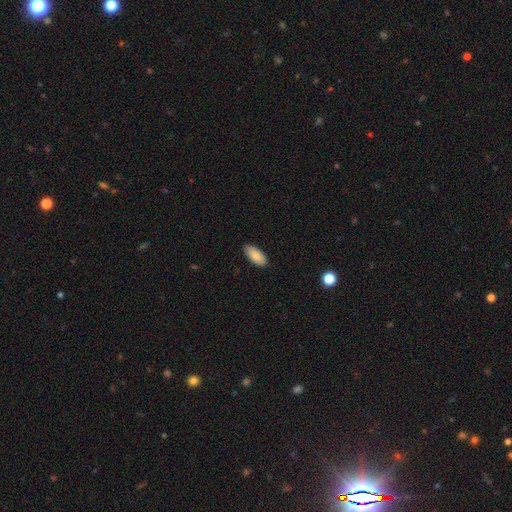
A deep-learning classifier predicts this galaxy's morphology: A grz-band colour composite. It shows a smooth galaxy with no disk features (88%) that is in between round and cigar-shaped (89%). Merging: none (87%).